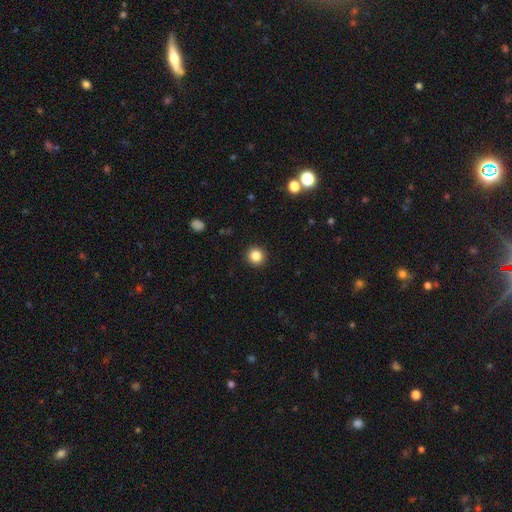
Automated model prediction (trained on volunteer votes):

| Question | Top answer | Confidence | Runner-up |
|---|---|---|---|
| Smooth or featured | smooth | 85% | star or artifact (10%) |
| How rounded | round | 92% | in between (7%) |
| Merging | none | 92% | minor disturbance (5%) |